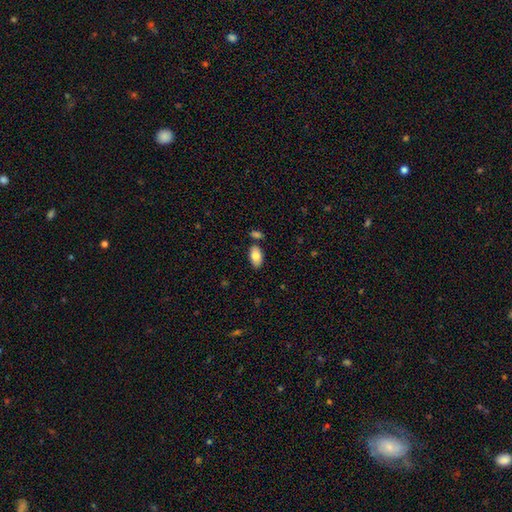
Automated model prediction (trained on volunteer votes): Smooth or featured?
  - smooth: 81% *
  - featured or disk: 12%
  - star or artifact: 7%
How rounded?
  - in between: 94% *
  - round: 4%
  - cigar-shaped: 2%
Merging?
  - none: 77% *
  - minor disturbance: 13%
  - merger: 8%
  - major disturbance: 3%